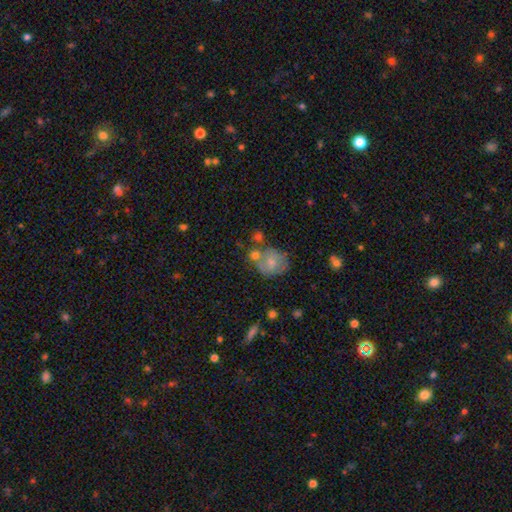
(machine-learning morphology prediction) Overall: smooth (59%; featured or disk 31%). How rounded: round (67%; in between 31%). Merging: none (48%; merger 23%).